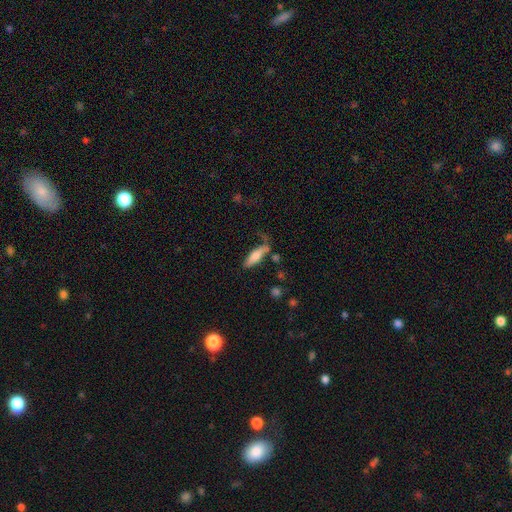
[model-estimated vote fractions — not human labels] Overall: smooth (67%). How rounded: cigar-shaped (61%; in between 37%). Merging: none (57%; minor disturbance 24%).